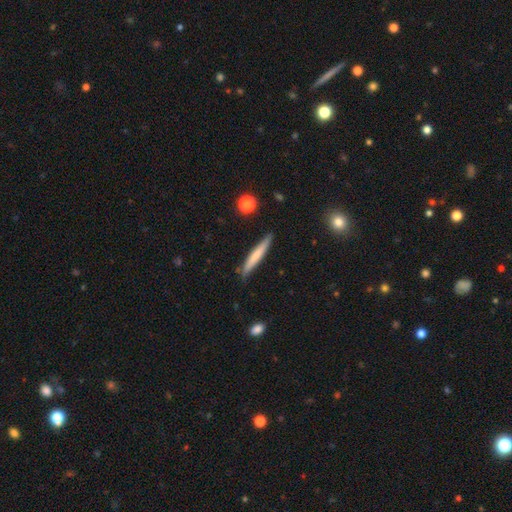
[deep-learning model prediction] Morphology: type=smooth (66%); roundness=cigar-shaped (95%); merging=none (86%).